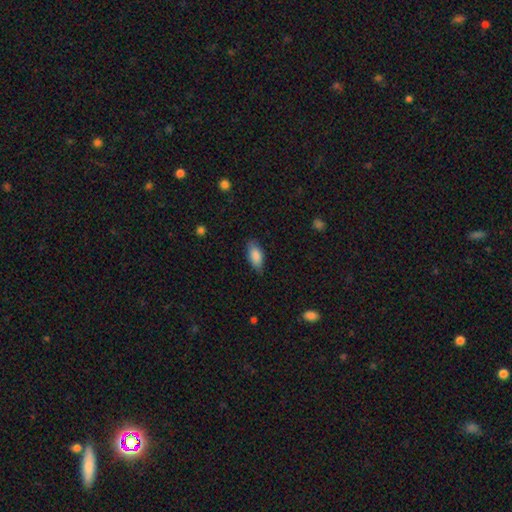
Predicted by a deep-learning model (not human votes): A smooth galaxy with no disk features (86%) that is in between round and cigar-shaped (88%).

Vote fractions:
- Smooth or featured? smooth: 86% / featured or disk: 7% / star or artifact: 7%
- How rounded? in between: 88% / cigar-shaped: 9% / round: 3%
- Merging? none: 79% / minor disturbance: 16% / major disturbance: 3% / merger: 1%